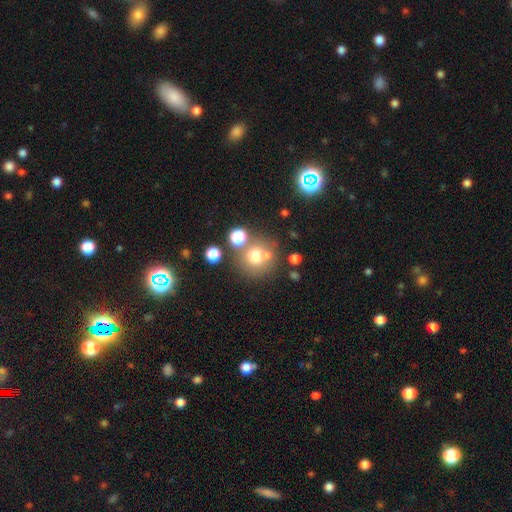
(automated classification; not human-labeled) This is likely a smooth galaxy (69%). How rounded: clearly round (91%). Merging: likely none (64%).